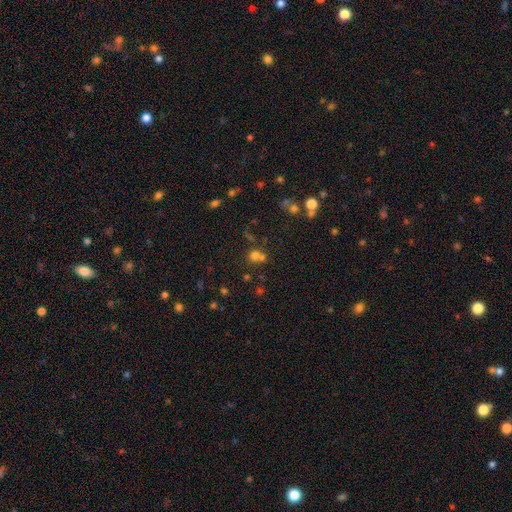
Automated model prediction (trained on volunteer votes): A smooth galaxy with no disk features (65%) that is round (84%). Merging: none (48%).